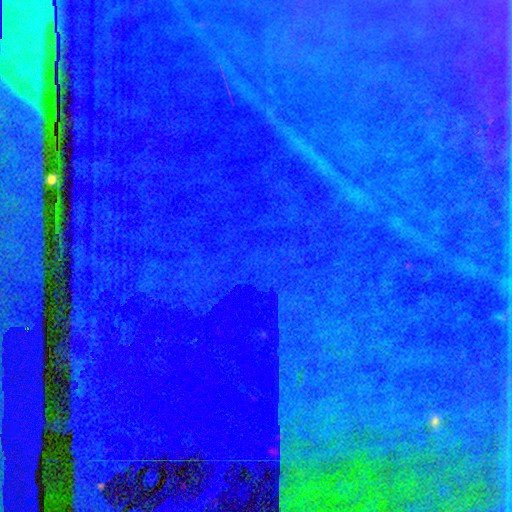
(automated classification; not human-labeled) Morphology: type=star or artifact (88%).